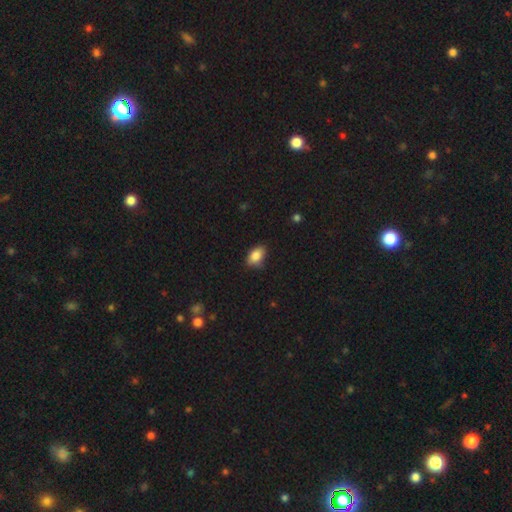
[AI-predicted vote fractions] Morphology: type=smooth (86%); roundness=in between (86%); merging=none (77%).